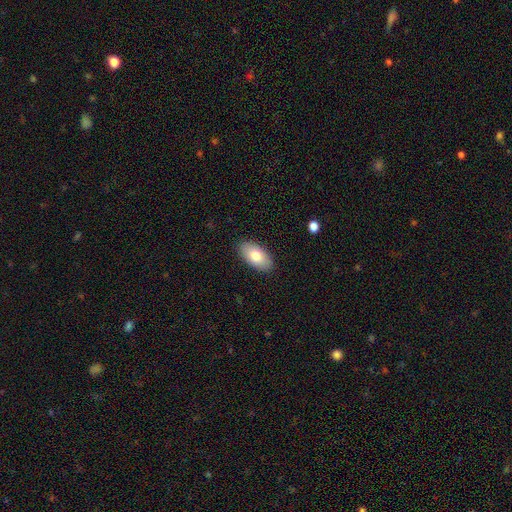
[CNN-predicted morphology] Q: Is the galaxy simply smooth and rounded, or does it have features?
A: smooth — 78%.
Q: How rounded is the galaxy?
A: in between — 94%.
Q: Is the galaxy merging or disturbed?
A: none — 88%.